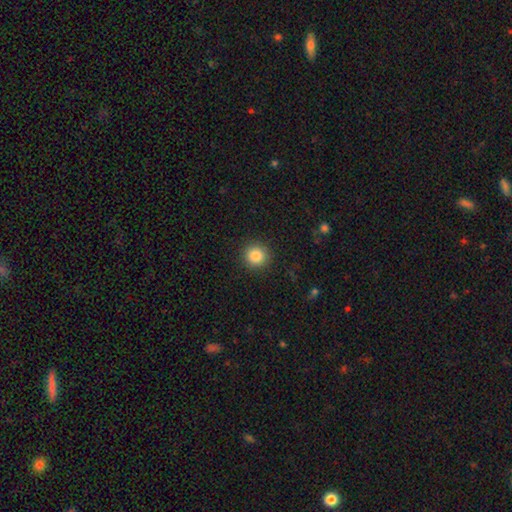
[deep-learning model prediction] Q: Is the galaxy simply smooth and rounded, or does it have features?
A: smooth — 85%.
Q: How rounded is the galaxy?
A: round — 93%.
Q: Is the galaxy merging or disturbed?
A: none — 91%.